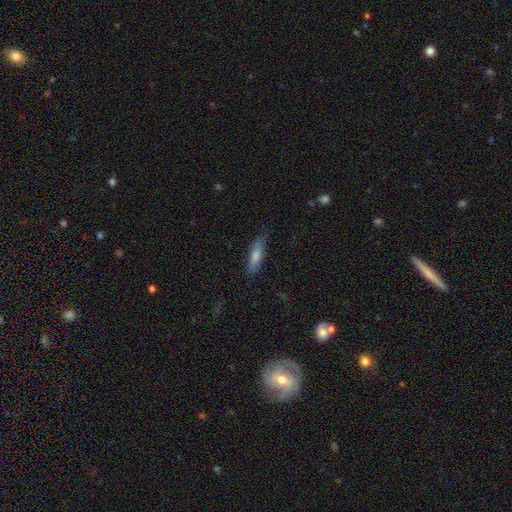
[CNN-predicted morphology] This is likely a smooth galaxy (78%). How rounded: likely cigar-shaped (61%). Merging: likely none (77%).